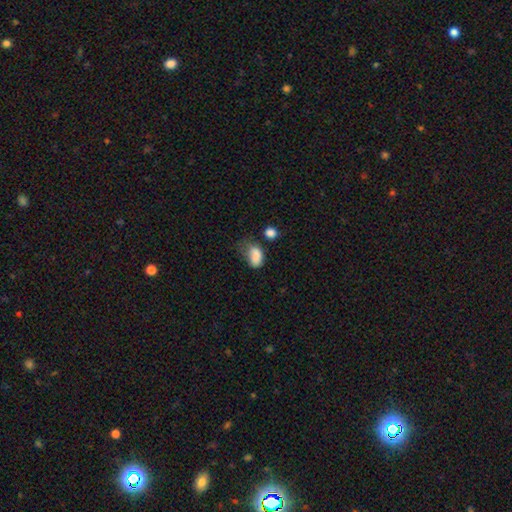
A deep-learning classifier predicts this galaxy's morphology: type=smooth (83%); roundness=in between (85%); merging=minor disturbance (37%).